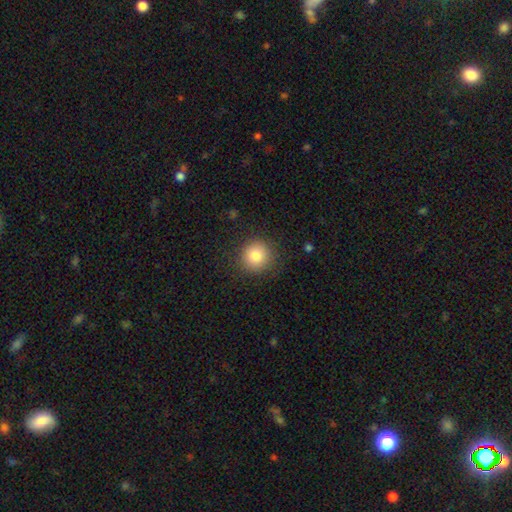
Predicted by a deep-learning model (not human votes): Morphology: type=smooth (82%); roundness=round (93%); merging=none (89%).